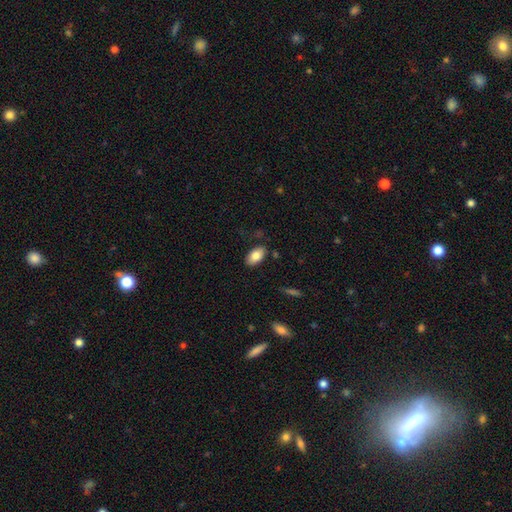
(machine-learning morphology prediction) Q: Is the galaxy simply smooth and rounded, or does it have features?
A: smooth — 82%.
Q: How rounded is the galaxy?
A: in between — 94%.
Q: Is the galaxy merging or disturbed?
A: none — 83%.